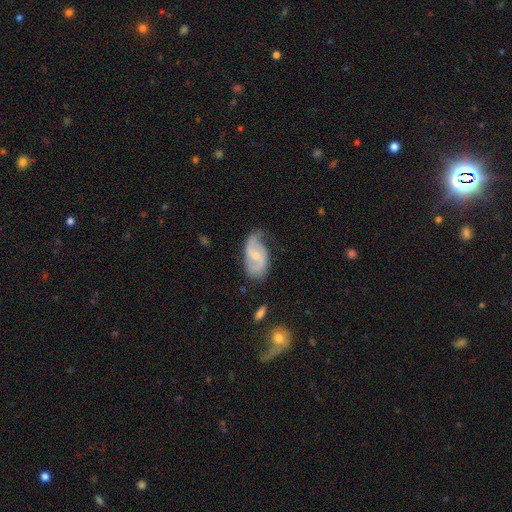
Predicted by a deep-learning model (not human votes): featured or disk 75%, smooth 19%, star or artifact 6%. Down the decision tree: edge-on disk — no (97%); bar — weak (49%); spiral arms — yes (93%); spiral arm count — 2 (85%); spiral winding — loose (44%); bulge size — small (62%); merging — none (57%).